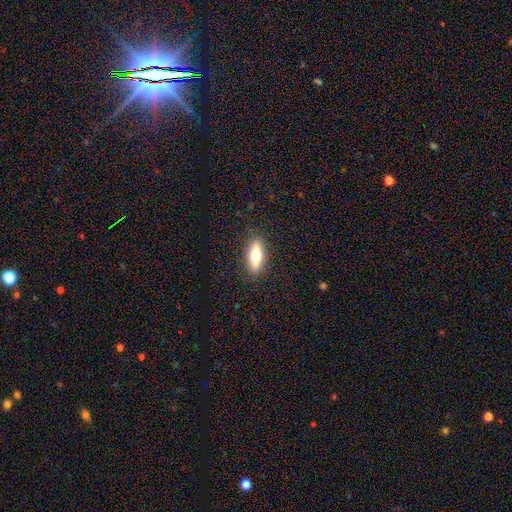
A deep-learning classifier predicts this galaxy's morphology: smooth_or_featured: smooth (p=0.66) [alt: featured or disk p=0.27]
how_rounded: in between (p=0.61) [alt: cigar-shaped p=0.36]
merging: none (p=0.87) [alt: minor disturbance p=0.10]